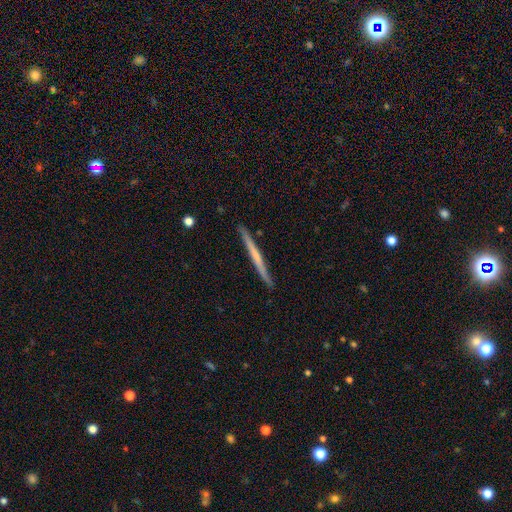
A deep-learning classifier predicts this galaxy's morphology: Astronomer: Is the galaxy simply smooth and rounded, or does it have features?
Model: featured or disk — 54% (runner-up: smooth, 41%).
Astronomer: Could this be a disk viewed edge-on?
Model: yes — 97%.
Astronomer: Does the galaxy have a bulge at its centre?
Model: none — 79%.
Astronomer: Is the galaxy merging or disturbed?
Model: none — 91%.